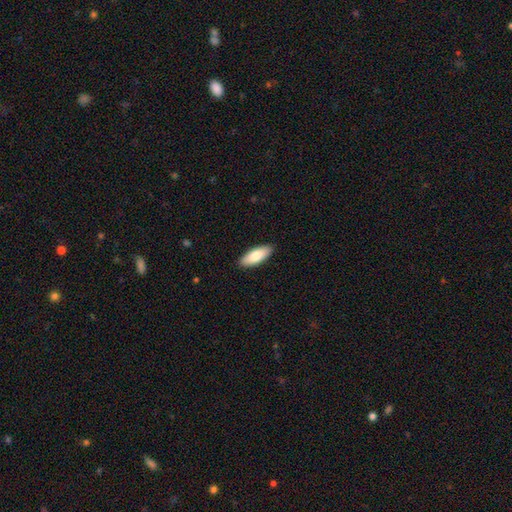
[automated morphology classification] smooth 80%, featured or disk 15%, star or artifact 6%. Down the decision tree: how rounded — in between (78%); merging — none (90%).